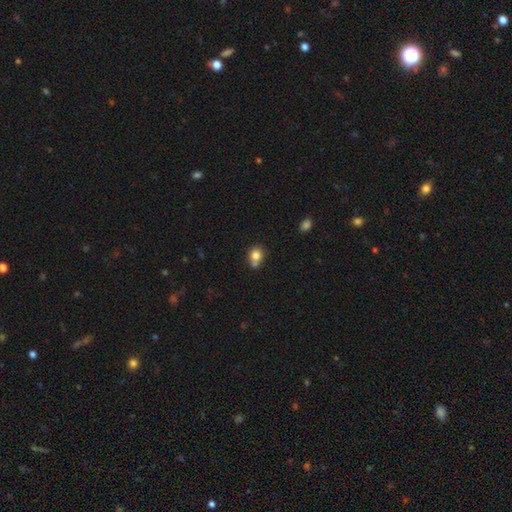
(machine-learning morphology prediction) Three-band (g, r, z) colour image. It shows a smooth galaxy with no disk features (79%) that is round (68%). Merging: none (50%).